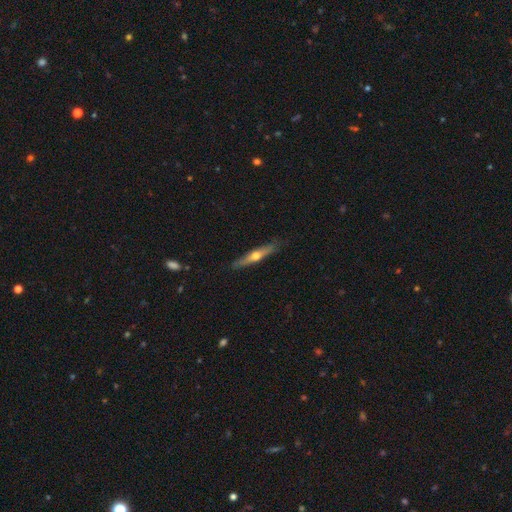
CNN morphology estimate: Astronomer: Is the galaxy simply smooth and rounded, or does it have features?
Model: featured or disk — 57% (runner-up: smooth, 38%).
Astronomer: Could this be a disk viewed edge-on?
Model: yes — 93%.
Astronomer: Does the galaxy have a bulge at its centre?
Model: rounded — 91%.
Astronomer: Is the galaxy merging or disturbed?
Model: none — 88%.